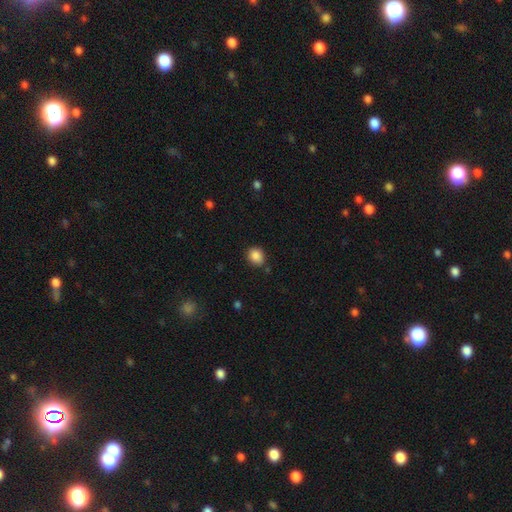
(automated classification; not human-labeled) The model was most divided on "how rounded": round: 68%, in between: 32%, cigar-shaped: 1%. More confident: smooth or featured — smooth (87%); merging — none (81%).